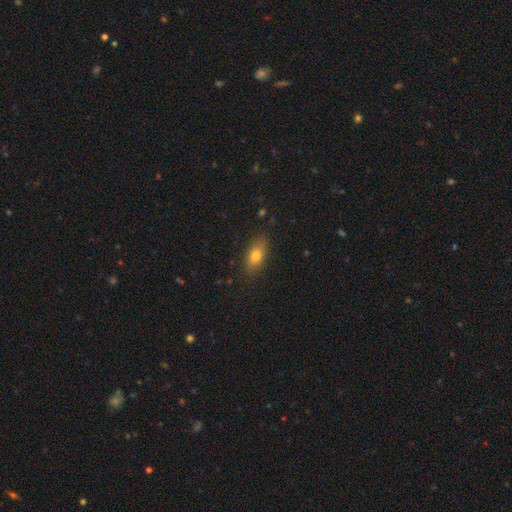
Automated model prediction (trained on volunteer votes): Overall: smooth (75%). How rounded: in between (82%). Merging: none (85%).